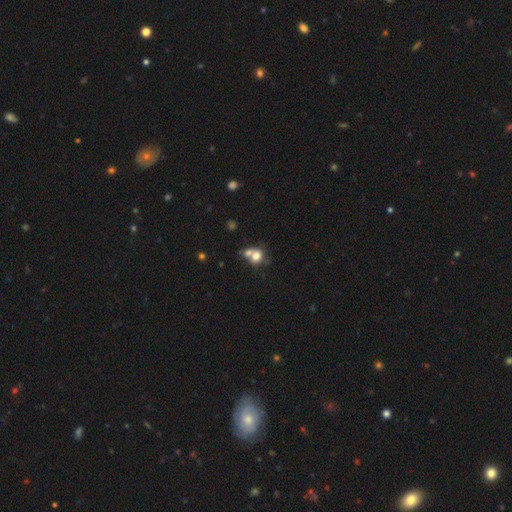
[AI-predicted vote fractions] A smooth galaxy with no disk features (73%) that is round (62%).

Vote fractions:
- Smooth or featured? smooth: 73% / featured or disk: 16% / star or artifact: 11%
- How rounded? round: 62% / in between: 37% / cigar-shaped: 1%
- Merging? merger: 56% / none: 29% / minor disturbance: 9% / major disturbance: 6%